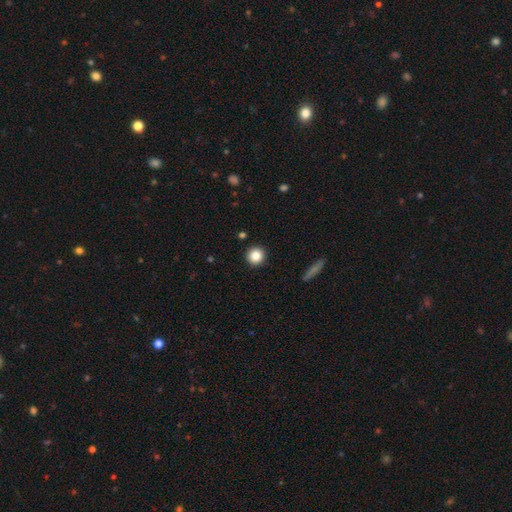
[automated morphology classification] This appears to be a smooth galaxy with no disk features (85%) that is round (94%). Merging: none (92%).